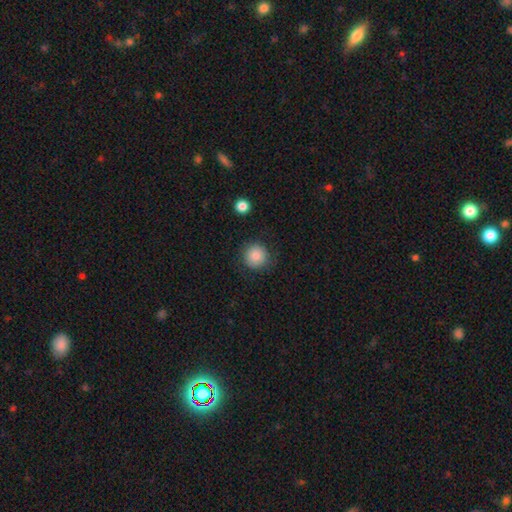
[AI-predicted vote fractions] Morphology: type=smooth (85%); roundness=round (94%); merging=none (84%).